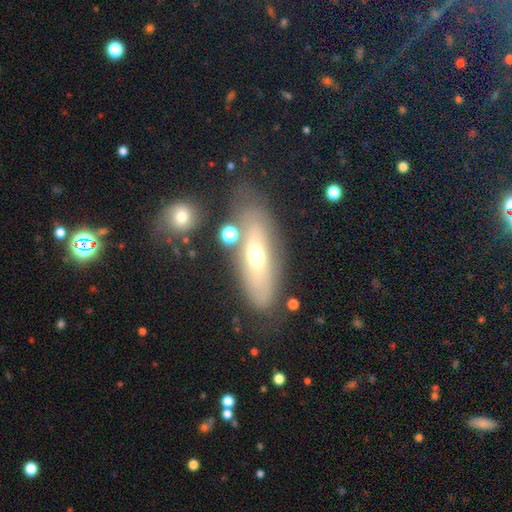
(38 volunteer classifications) Smooth or featured: featured or disk — 53% (smooth — 42%)
Edge-on disk: no — 60% (yes — 40%)
Bar: no — 67% (weak — 33%)
Spiral arms: no — 75% (yes — 25%)
Bulge size: moderate — 58% (small — 25%)
Merging: none — 69% (minor disturbance — 19%)